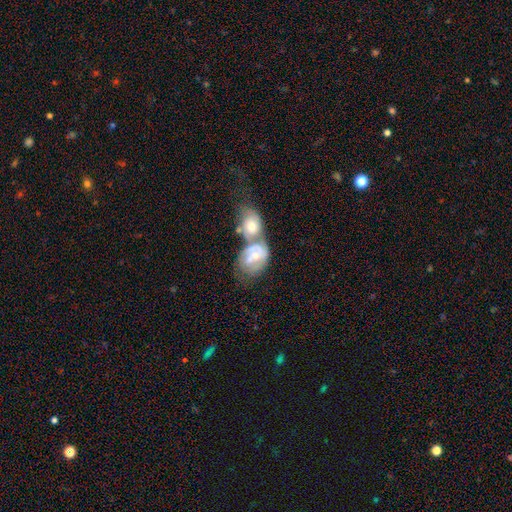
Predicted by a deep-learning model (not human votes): Smooth or featured?
  - featured or disk: 57% *
  - smooth: 36%
  - star or artifact: 7%
Edge-on disk?
  - no: 97% *
  - yes: 3%
Bar?
  - no: 66% *
  - weak: 27%
  - strong: 7%
Spiral arms?
  - yes: 59% *
  - no: 41%
Bulge size?
  - moderate: 50% *
  - small: 42%
  - none: 4%
  - large: 3%
  - dominant: 1%
Merging?
  - merger: 67% *
  - none: 15%
  - minor disturbance: 10%
  - major disturbance: 8%